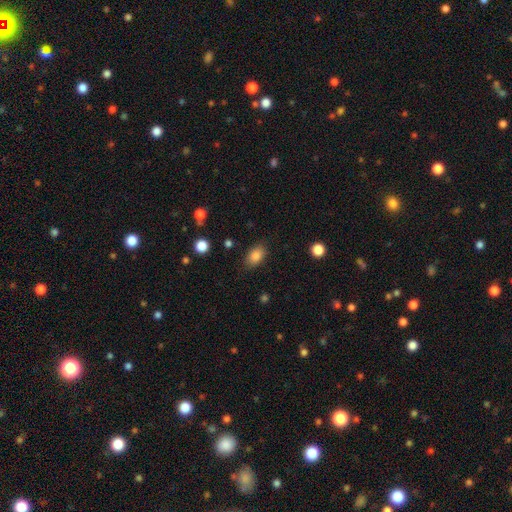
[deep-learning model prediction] A smooth galaxy with no disk features (84%) that is in between round and cigar-shaped (86%).

Vote fractions:
- Smooth or featured? smooth: 84% / star or artifact: 9% / featured or disk: 6%
- How rounded? in between: 86% / round: 12% / cigar-shaped: 2%
- Merging? none: 84% / minor disturbance: 12% / major disturbance: 3% / merger: 1%